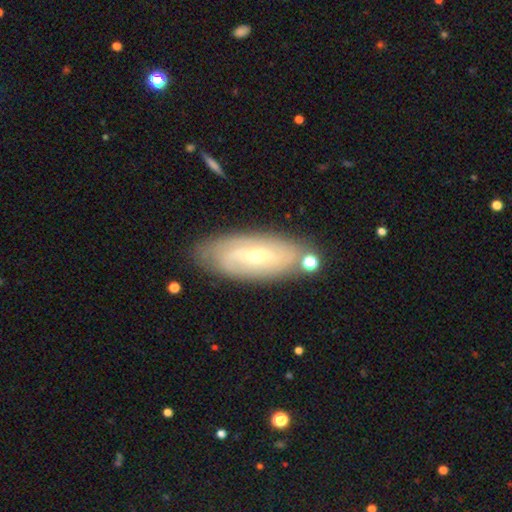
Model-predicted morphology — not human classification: The model was most divided on "spiral arm count": can't tell: 45%, 2: 37%, 3: 8%, 4: 4%, 1: 3%, more than 4: 3%. Remaining: edge-on disk — no (88%); spiral arms — yes (79%); merging — none (79%); smooth or featured — featured or disk (75%); spiral winding — tight (62%); bulge size — small (60%); bar — no (48%).